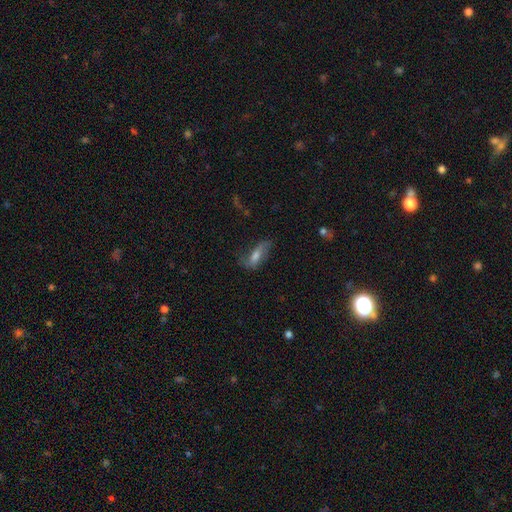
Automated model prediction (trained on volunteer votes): Smooth or featured? smooth (47%)
Merging? none (51%)